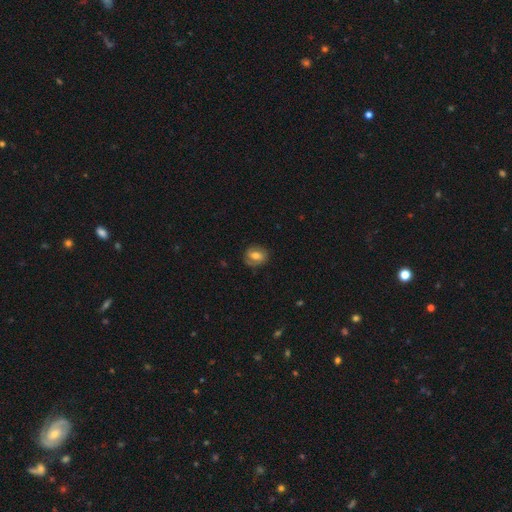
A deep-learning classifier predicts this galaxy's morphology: A smooth galaxy with no disk features (52%) that is in between round and cigar-shaped (49%, tied with round).

Vote fractions:
- Smooth or featured? smooth: 52% / featured or disk: 39% / star or artifact: 9%
- How rounded? in between: 49% (tied) / round: 49% (tied) / cigar-shaped: 2%
- Merging? none: 73% / minor disturbance: 19% / major disturbance: 7% / merger: 1%